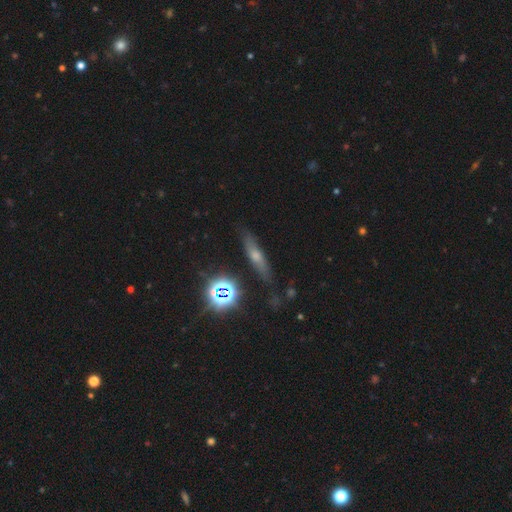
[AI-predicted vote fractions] Smooth or featured: featured or disk — 40% (smooth — 38%)
Merging: none — 80% (minor disturbance — 14%)